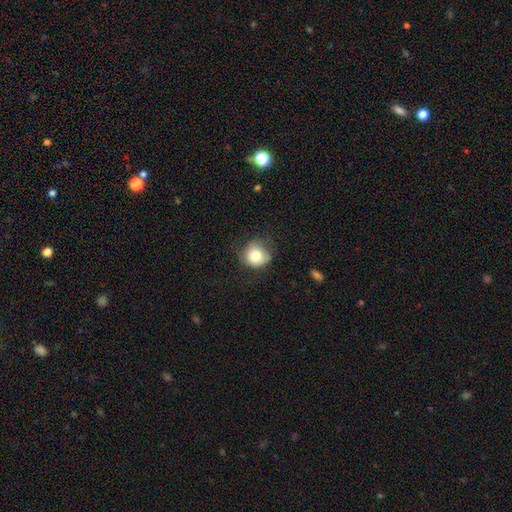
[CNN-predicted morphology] Q: Smooth or featured?
A: smooth (79%); runner-up: featured or disk (11%)
Q: How rounded?
A: round (87%); runner-up: in between (12%)
Q: Merging?
A: none (65%); runner-up: minor disturbance (25%)